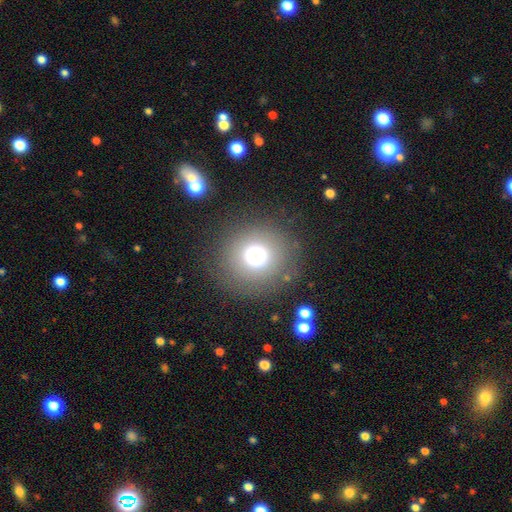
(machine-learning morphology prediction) The model was most divided on "smooth or featured": smooth: 72%, star or artifact: 18%, featured or disk: 10%. More confident: how rounded — round (95%); merging — none (87%).